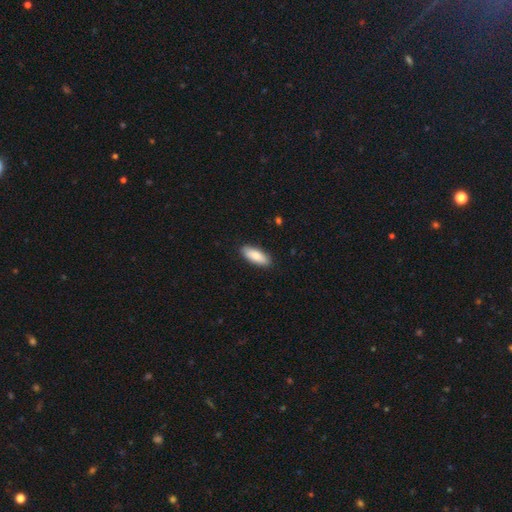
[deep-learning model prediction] Smooth or featured: smooth — 84% (featured or disk — 10%)
How rounded: in between — 74% (cigar-shaped — 24%)
Merging: none — 89% (minor disturbance — 9%)